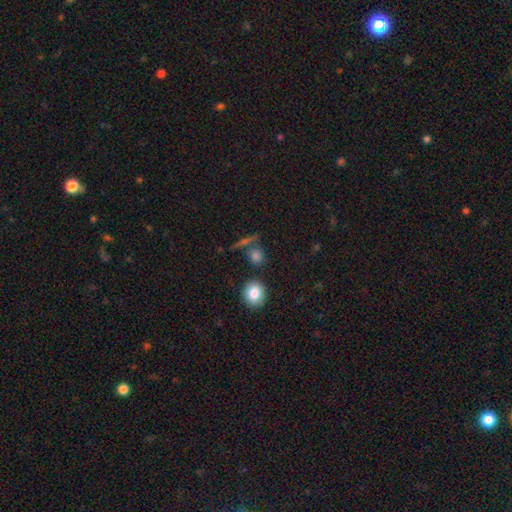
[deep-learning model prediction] A smooth galaxy with no disk features (72%) that is round (72%). Merging: none (75%).